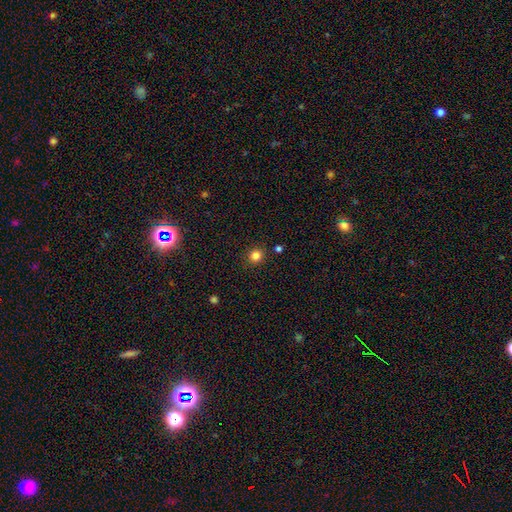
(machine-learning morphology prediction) Q: Smooth or featured?
A: smooth (82%); runner-up: star or artifact (13%)
Q: How rounded?
A: round (88%); runner-up: in between (11%)
Q: Merging?
A: none (90%); runner-up: minor disturbance (6%)